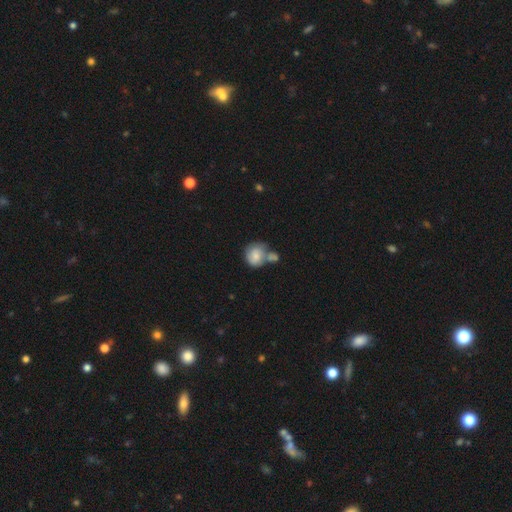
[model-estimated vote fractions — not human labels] Overall: smooth (70%). How rounded: round (73%). Merging: merger (47%; none 29%).